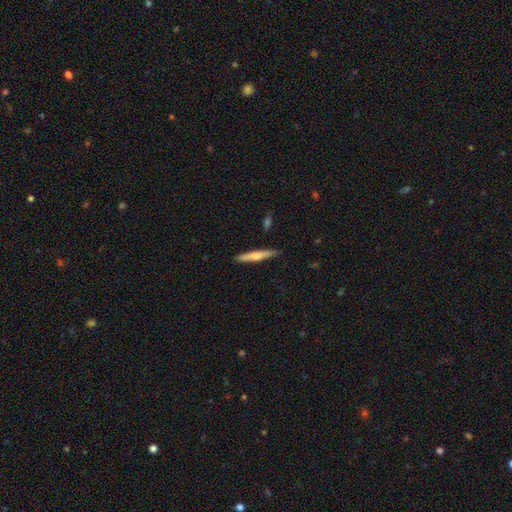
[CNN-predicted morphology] A smooth galaxy with no disk features (58%) that is cigar-shaped (93%). Merging: none (86%).